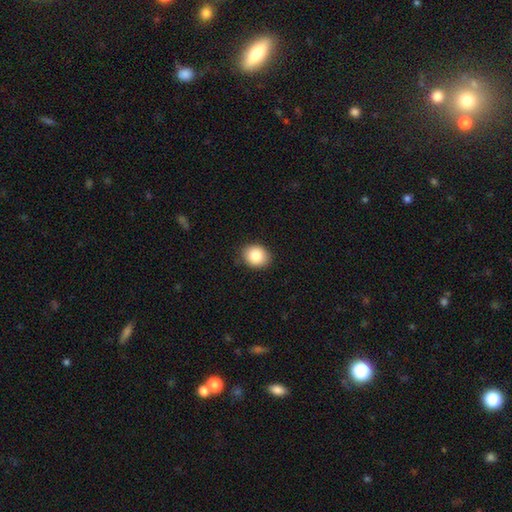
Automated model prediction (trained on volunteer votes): Smooth or featured: smooth — 85% (star or artifact — 8%)
How rounded: round — 57% (in between — 42%)
Merging: none — 86% (minor disturbance — 11%)